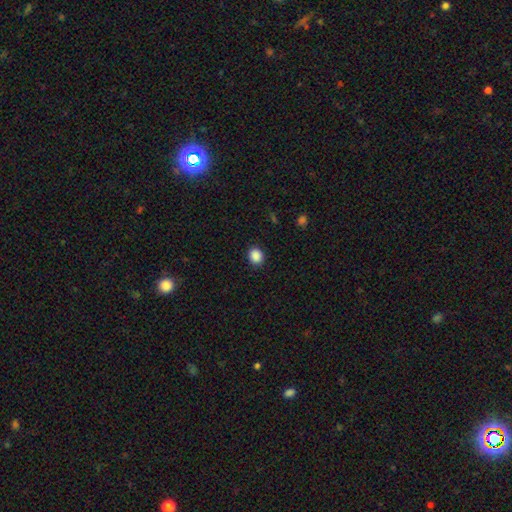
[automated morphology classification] Smooth or featured?
  - smooth: 88% *
  - star or artifact: 10%
  - featured or disk: 2%
How rounded?
  - round: 72% *
  - in between: 27%
  - cigar-shaped: 1%
Merging?
  - none: 90% *
  - minor disturbance: 7%
  - major disturbance: 2%
  - merger: 1%